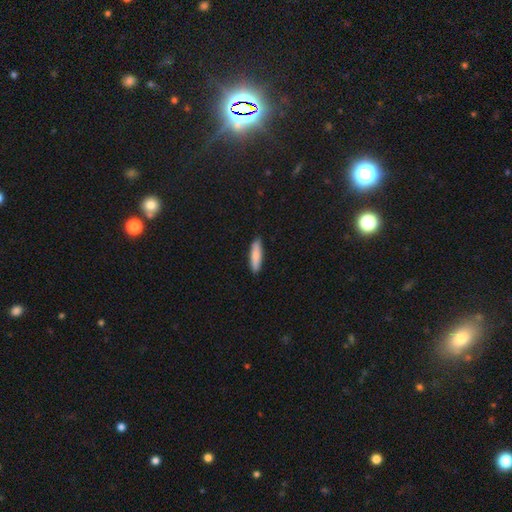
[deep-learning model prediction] smooth_or_featured: smooth (p=0.81) [alt: featured or disk p=0.14]
how_rounded: cigar-shaped (p=0.72) [alt: in between p=0.27]
merging: none (p=0.90) [alt: minor disturbance p=0.08]